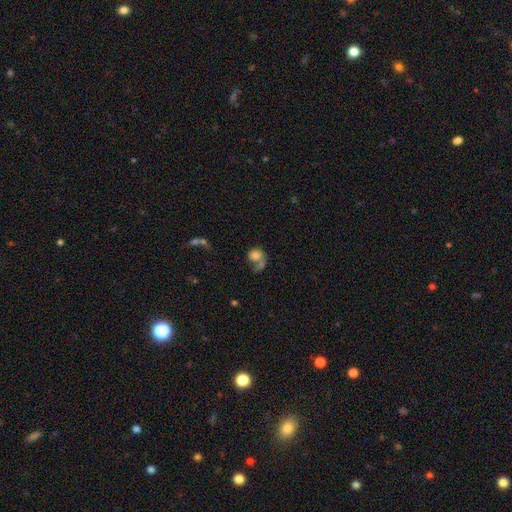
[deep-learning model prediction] Smooth or featured?
  - smooth: 58% *
  - featured or disk: 32%
  - star or artifact: 10%
How rounded?
  - round: 65% *
  - in between: 34%
  - cigar-shaped: 1%
Merging?
  - major disturbance: 35% *
  - none: 28%
  - merger: 22%
  - minor disturbance: 15%